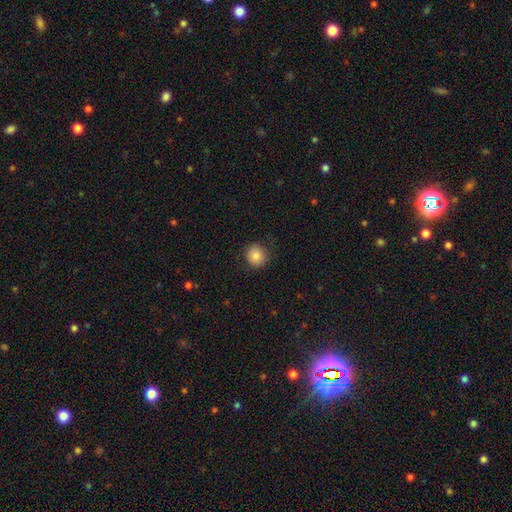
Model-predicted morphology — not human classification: A smooth galaxy with no disk features (85%) that is round (88%). Merging: none (86%).